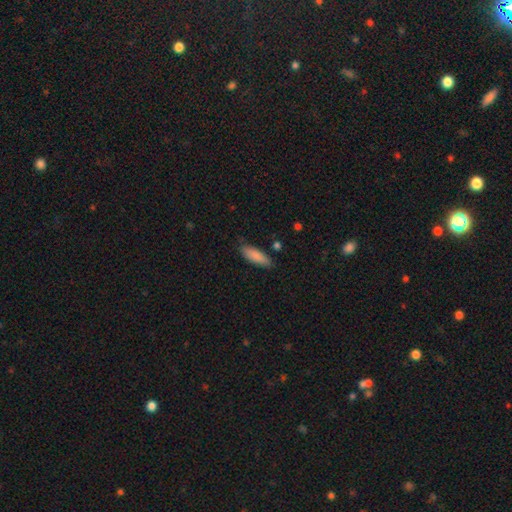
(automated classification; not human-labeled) Smooth or featured? smooth (87%)
How rounded? in between (55%)
Merging? none (81%)